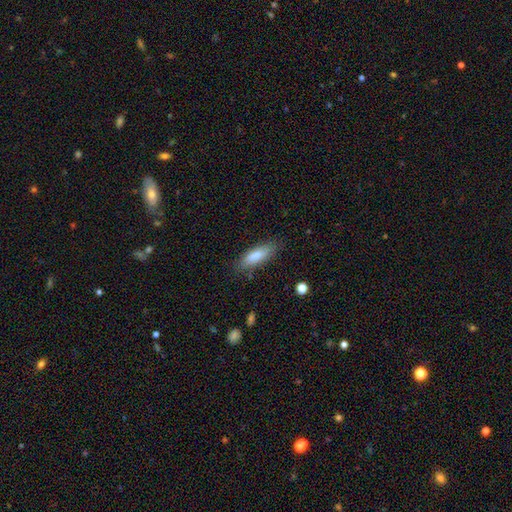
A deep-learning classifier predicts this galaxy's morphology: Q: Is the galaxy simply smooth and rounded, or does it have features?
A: smooth — 79%.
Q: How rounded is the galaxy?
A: in between — 55%.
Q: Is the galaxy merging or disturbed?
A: none — 82%.